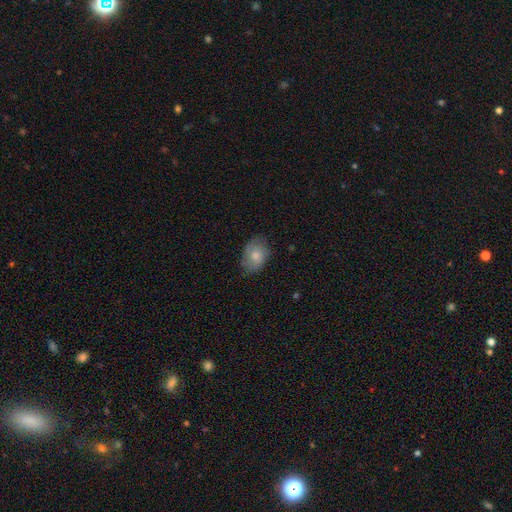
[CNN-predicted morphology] Smooth or featured?
  - smooth: 73% *
  - featured or disk: 21%
  - star or artifact: 7%
How rounded?
  - in between: 79% *
  - round: 20%
  - cigar-shaped: 1%
Merging?
  - none: 73% *
  - minor disturbance: 21%
  - major disturbance: 5%
  - merger: 1%